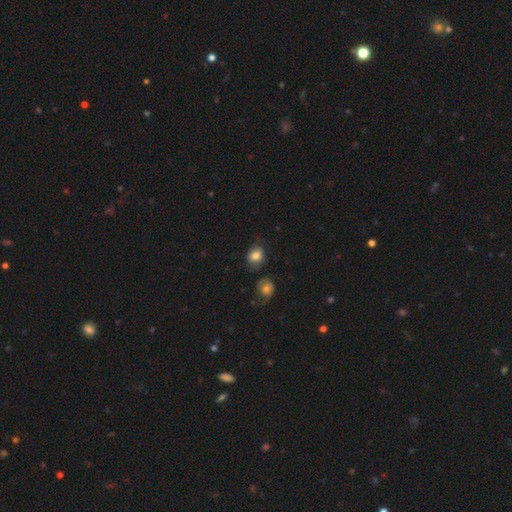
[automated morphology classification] smooth 81%, featured or disk 10%, star or artifact 9%. Down the decision tree: how rounded — in between (50%); merging — none (59%).